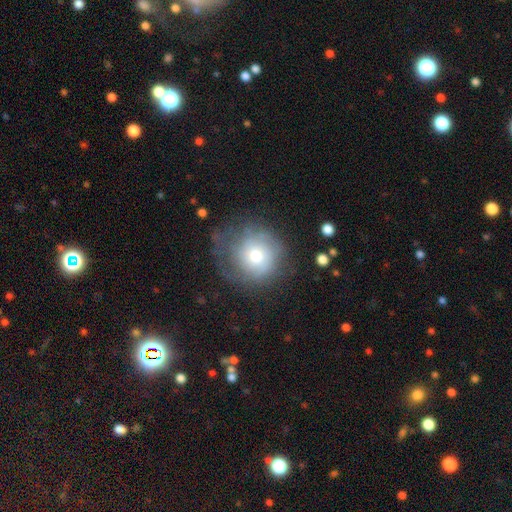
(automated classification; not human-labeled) This is possibly a smooth galaxy (57%). How rounded: clearly round (89%). Merging: possibly none (56%).